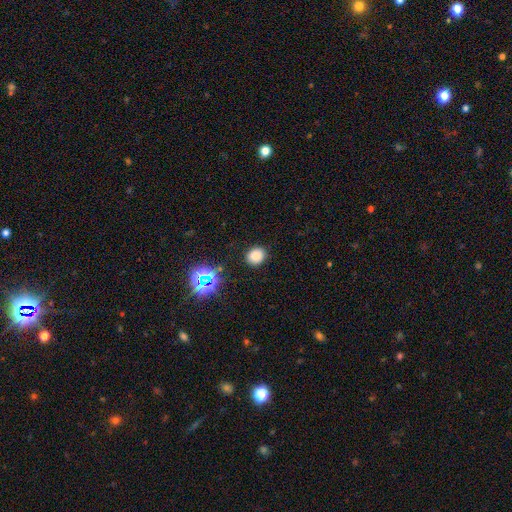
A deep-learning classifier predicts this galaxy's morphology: A smooth galaxy with no disk features (78%) that is round (62%).

Vote fractions:
- Smooth or featured? smooth: 78% / star or artifact: 17% / featured or disk: 5%
- How rounded? round: 62% / in between: 37% / cigar-shaped: 1%
- Merging? none: 86% / minor disturbance: 10% / major disturbance: 3% / merger: 2%